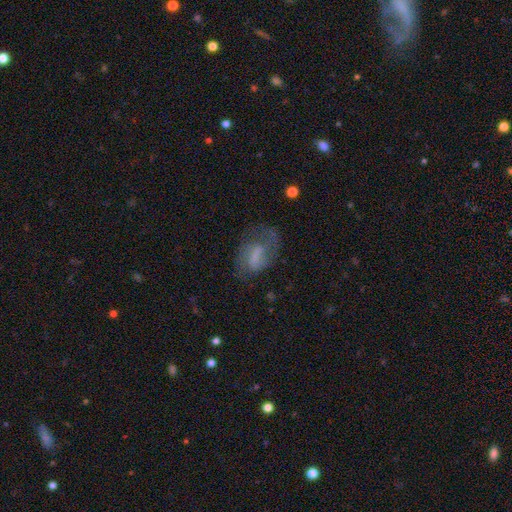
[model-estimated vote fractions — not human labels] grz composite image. It shows a featured or disk galaxy (53%) with a weak bar (43%), spiral arms (73%) and no central bulge (52%). Merging: none (46%).